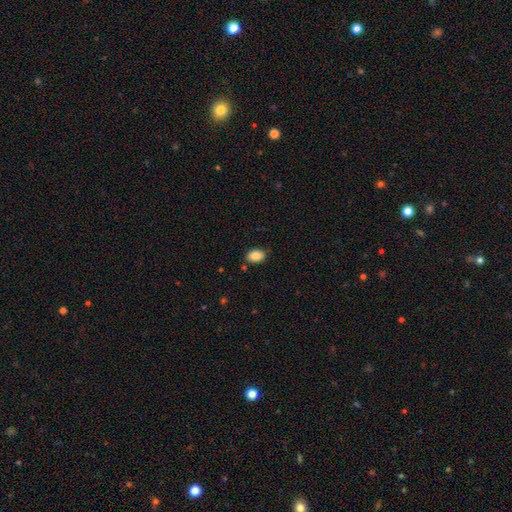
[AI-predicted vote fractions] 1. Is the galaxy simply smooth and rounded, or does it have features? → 86% smooth, 8% star or artifact, 6% featured or disk.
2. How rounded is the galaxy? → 86% in between, 13% round, 1% cigar-shaped.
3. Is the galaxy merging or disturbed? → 83% none, 12% minor disturbance, 2% major disturbance, 2% merger.